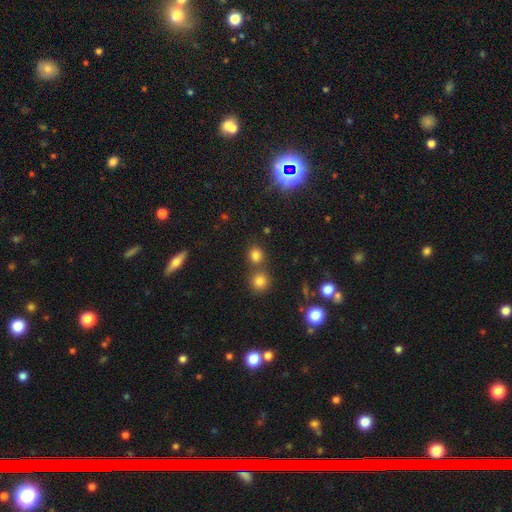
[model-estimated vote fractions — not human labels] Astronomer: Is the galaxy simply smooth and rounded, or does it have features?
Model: smooth — 76%.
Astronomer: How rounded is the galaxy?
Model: round — 77%.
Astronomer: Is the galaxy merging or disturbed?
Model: none — 63%.